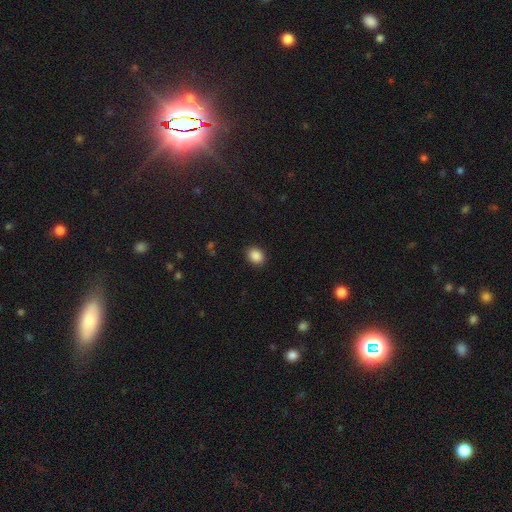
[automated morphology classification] The model was most divided on "how rounded": in between: 64%, round: 35%, cigar-shaped: 1%. More confident: merging — none (89%); smooth or featured — smooth (88%).